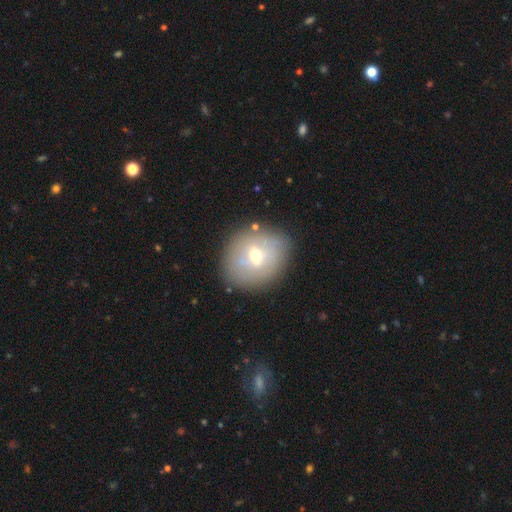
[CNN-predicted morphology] smooth_or_featured: smooth (p=0.50) [alt: featured or disk p=0.41]
merging: none (p=0.80) [alt: minor disturbance p=0.12]